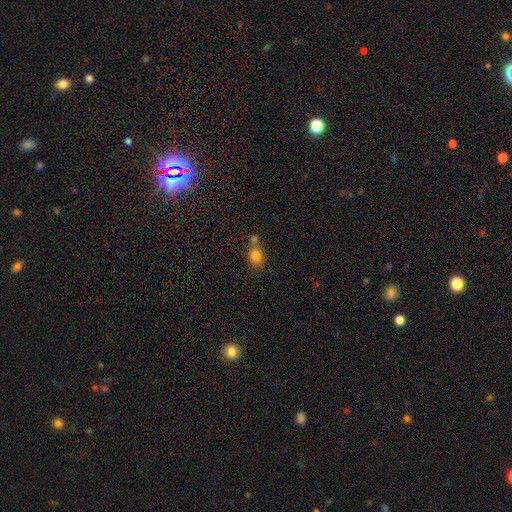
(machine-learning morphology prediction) Smooth or featured?
  - smooth: 81% *
  - star or artifact: 10%
  - featured or disk: 9%
How rounded?
  - in between: 52% *
  - round: 47%
  - cigar-shaped: 1%
Merging?
  - none: 46% *
  - merger: 37%
  - minor disturbance: 12%
  - major disturbance: 4%